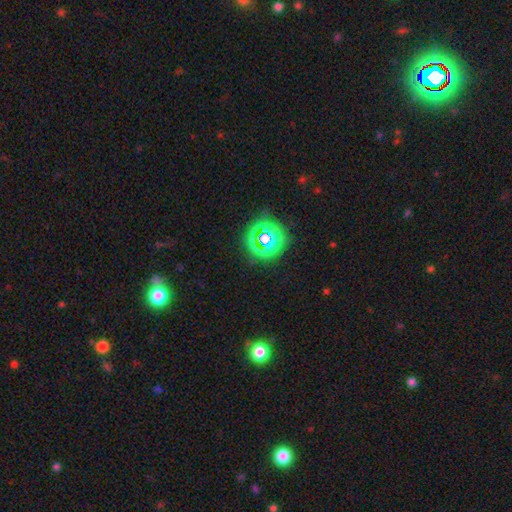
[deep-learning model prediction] Q: Smooth or featured?
A: smooth (53%); runner-up: star or artifact (41%)
Q: How rounded?
A: round (89%); runner-up: in between (9%)
Q: Merging?
A: none (89%); runner-up: minor disturbance (6%)